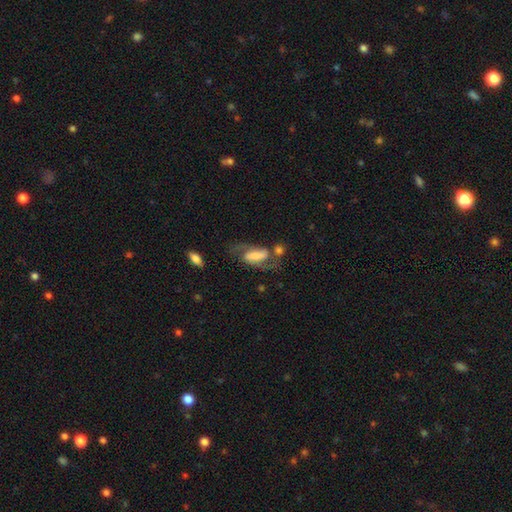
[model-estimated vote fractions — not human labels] smooth_or_featured: featured or disk (p=0.71) [alt: smooth p=0.22]
disk_edge_on: no (p=0.93) [alt: yes p=0.07]
bar: strong (p=0.49) [alt: weak p=0.33]
has_spiral_arms: yes (p=0.90) [alt: no p=0.10]
spiral_winding: medium (p=0.47) [alt: loose p=0.38]
spiral_arm_count: 2 (p=0.89) [alt: can't tell p=0.04]
bulge_size: small (p=0.31) [alt: moderate p=0.29]
merging: none (p=0.53) [alt: minor disturbance p=0.18]